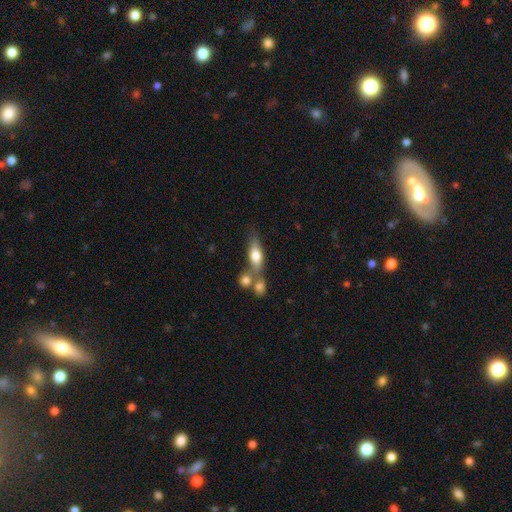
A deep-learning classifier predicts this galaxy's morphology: This is likely a smooth galaxy (66%). How rounded: likely in between (63%). Merging: marginally none (42%).